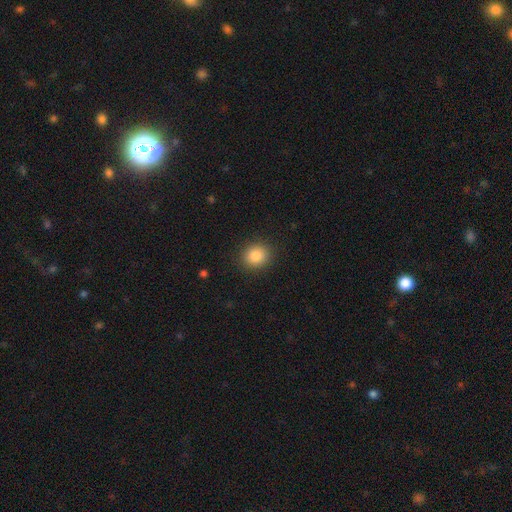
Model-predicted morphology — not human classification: This appears to be a smooth galaxy with no disk features (85%) that is round (73%). Merging: none (90%).